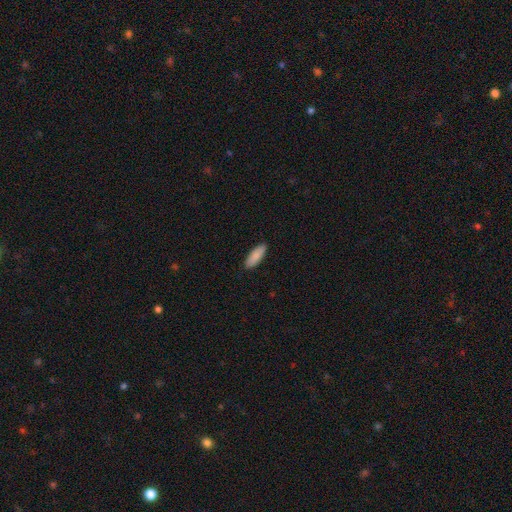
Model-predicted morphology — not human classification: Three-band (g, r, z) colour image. It shows a smooth galaxy with no disk features (88%) that is in between round and cigar-shaped (62%). Merging: none (90%).